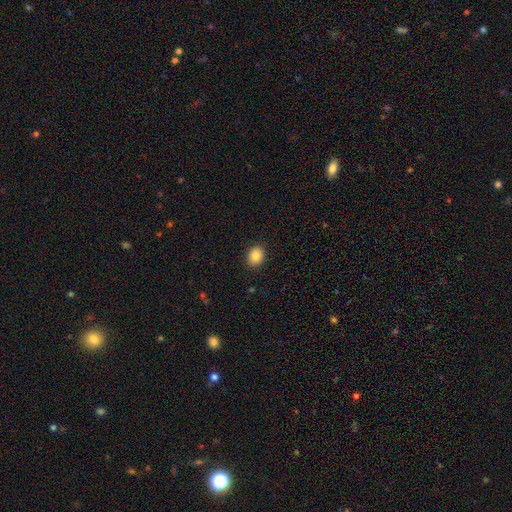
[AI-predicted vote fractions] The model was most divided on "how rounded": in between: 52%, round: 47%, cigar-shaped: 1%. More confident: merging — none (90%); smooth or featured — smooth (87%).